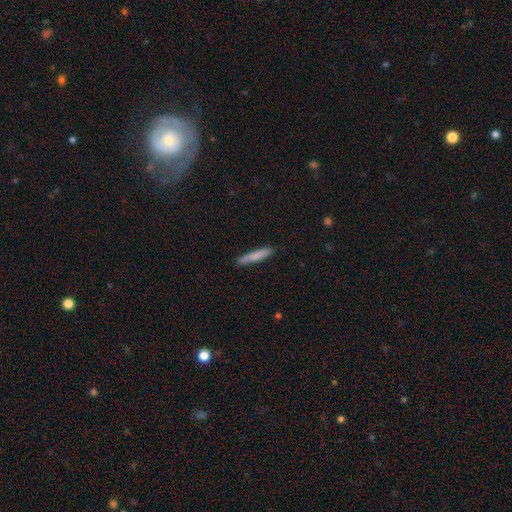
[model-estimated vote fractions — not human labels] smooth-or-featured: smooth: 80% | featured or disk: 14% | star or artifact: 6%
  how-rounded: cigar-shaped: 92% | in between: 7% | round: 1%
  merging: none: 89% | minor disturbance: 8% | major disturbance: 2% | merger: 1%